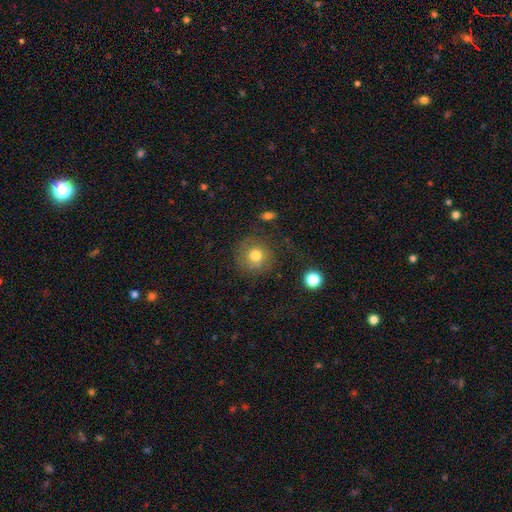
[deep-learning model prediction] Smooth or featured? smooth (71%)
How rounded? round (91%)
Merging? none (70%)